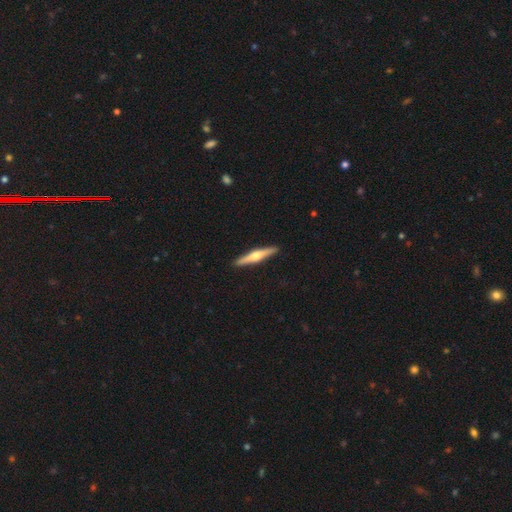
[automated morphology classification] A featured or disk galaxy (66%) viewed edge-on (98%) with a rounded central bulge (92%).

Vote fractions:
- Smooth or featured? featured or disk: 66% / smooth: 29% / star or artifact: 5%
- Edge-on disk? yes: 98% / no: 2%
- Edge-on bulge? rounded: 92% / boxy: 5% / none: 4%
- Merging? none: 92% / minor disturbance: 6% / major disturbance: 1% / merger: 1%